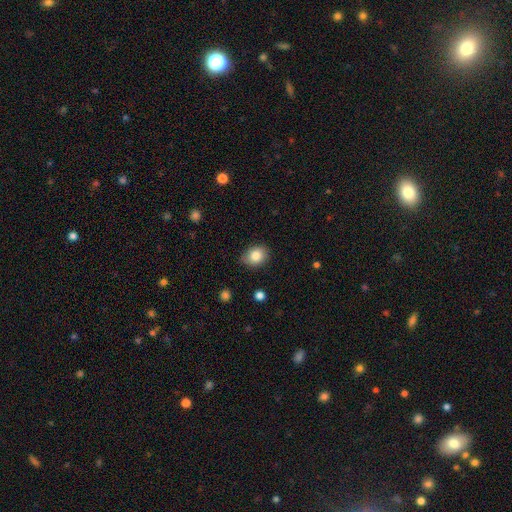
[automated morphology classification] A smooth galaxy with no disk features (84%) that is in between round and cigar-shaped (57%). Merging: none (81%).